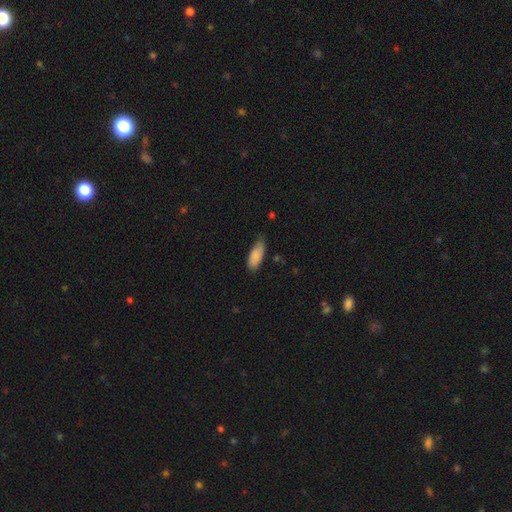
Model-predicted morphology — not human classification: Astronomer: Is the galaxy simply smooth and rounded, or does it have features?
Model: smooth — 86%.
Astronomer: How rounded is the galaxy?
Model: in between — 79%.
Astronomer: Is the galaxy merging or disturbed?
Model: none — 58% (runner-up: minor disturbance, 35%).